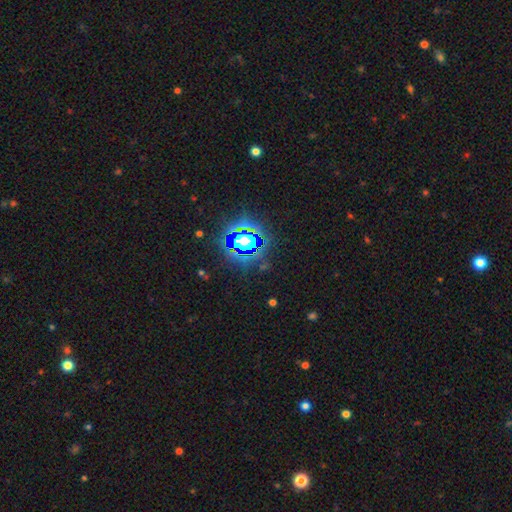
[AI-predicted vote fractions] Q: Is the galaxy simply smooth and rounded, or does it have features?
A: star or artifact — 83%.